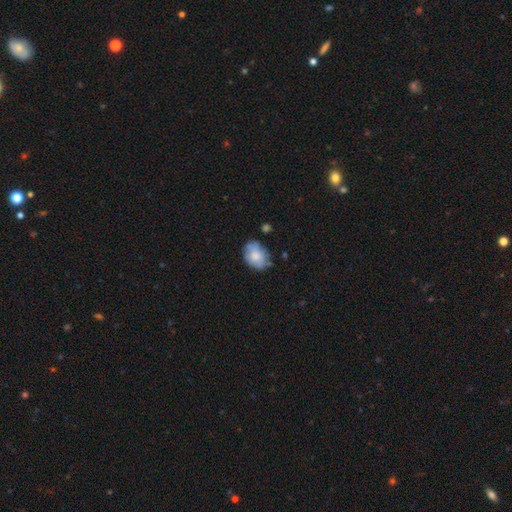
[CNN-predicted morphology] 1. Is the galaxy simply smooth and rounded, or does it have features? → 70% smooth, 23% featured or disk, 7% star or artifact.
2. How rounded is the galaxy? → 72% in between, 27% round, 1% cigar-shaped.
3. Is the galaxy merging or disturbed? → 58% none, 29% minor disturbance, 7% major disturbance, 5% merger.